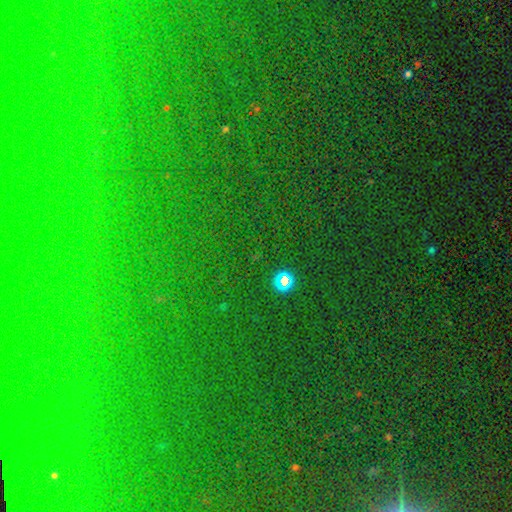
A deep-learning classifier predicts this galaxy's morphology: A star or artifact, not a galaxy (79%).